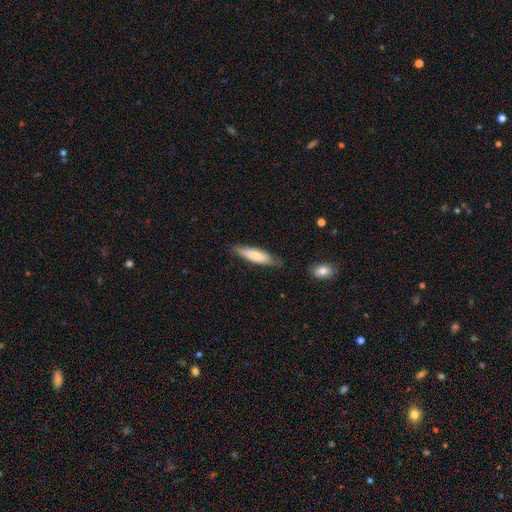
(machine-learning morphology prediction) Smooth or featured? smooth (69%)
How rounded? cigar-shaped (65%)
Merging? none (76%)